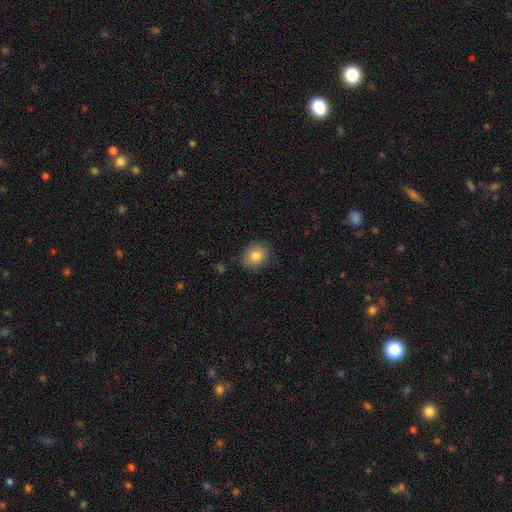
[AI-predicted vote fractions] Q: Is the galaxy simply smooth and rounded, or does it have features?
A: smooth — 83%.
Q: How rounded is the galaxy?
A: round — 60%.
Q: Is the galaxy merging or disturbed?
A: none — 85%.